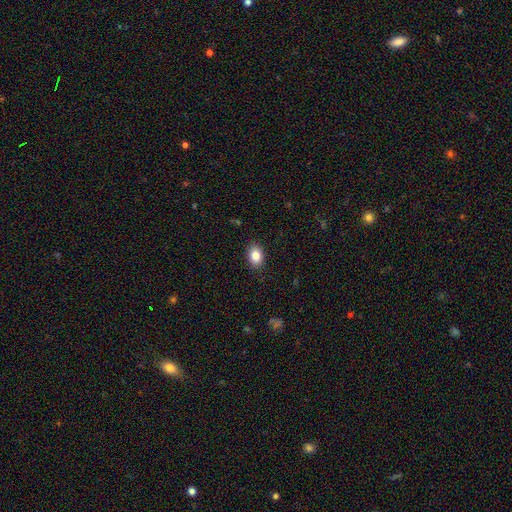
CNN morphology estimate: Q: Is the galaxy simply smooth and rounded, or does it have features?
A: smooth — 84%.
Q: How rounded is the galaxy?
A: in between — 79%.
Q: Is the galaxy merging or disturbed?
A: none — 88%.